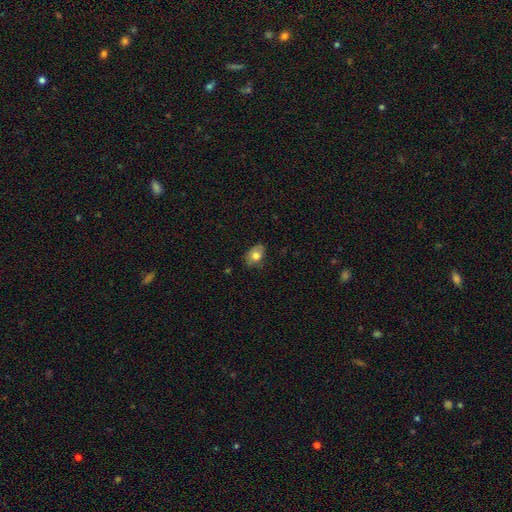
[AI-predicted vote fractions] Smooth or featured? Predicted: smooth (p=0.74). How rounded? Predicted: in between (p=0.81). Merging? Predicted: none (p=0.72).